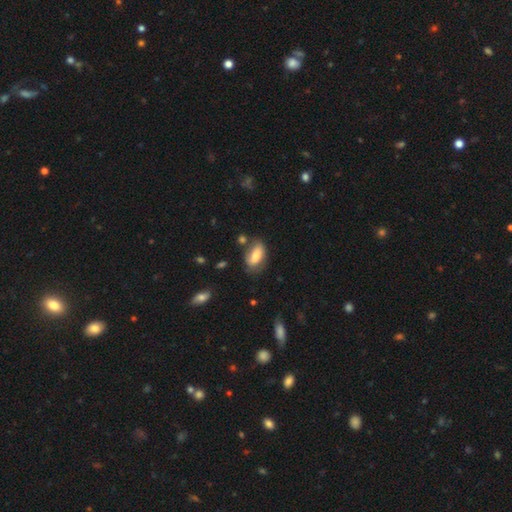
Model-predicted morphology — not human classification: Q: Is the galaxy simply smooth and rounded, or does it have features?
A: smooth — 75%.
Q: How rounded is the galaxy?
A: in between — 88%.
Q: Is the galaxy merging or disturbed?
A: none — 61%.